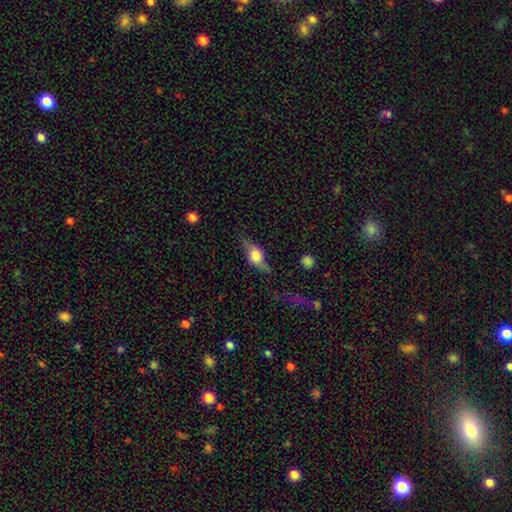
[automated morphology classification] smooth_or_featured: featured or disk (p=0.50) [alt: smooth p=0.42]
disk_edge_on: yes (p=0.78) [alt: no p=0.22]
merging: none (p=0.66) [alt: minor disturbance p=0.22]